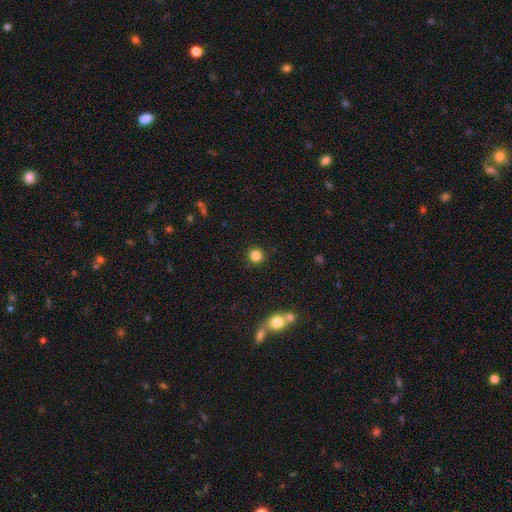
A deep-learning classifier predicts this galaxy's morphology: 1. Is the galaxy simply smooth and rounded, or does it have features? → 83% smooth, 12% star or artifact, 5% featured or disk.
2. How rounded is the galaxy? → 94% round, 5% in between, 1% cigar-shaped.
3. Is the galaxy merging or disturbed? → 90% none, 5% minor disturbance, 2% merger, 2% major disturbance.